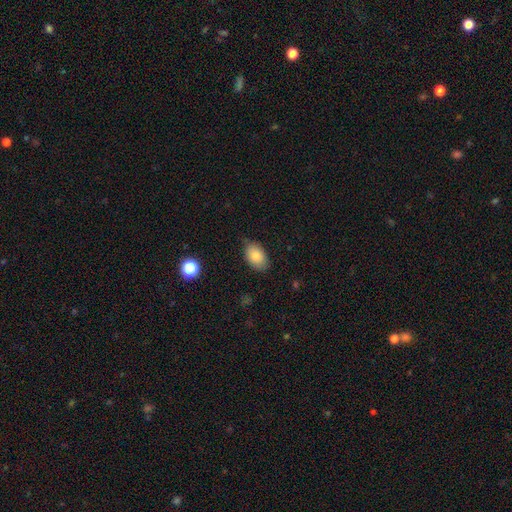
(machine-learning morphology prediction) smooth 83%, featured or disk 9%, star or artifact 8%. Down the decision tree: how rounded — in between (88%); merging — none (79%).